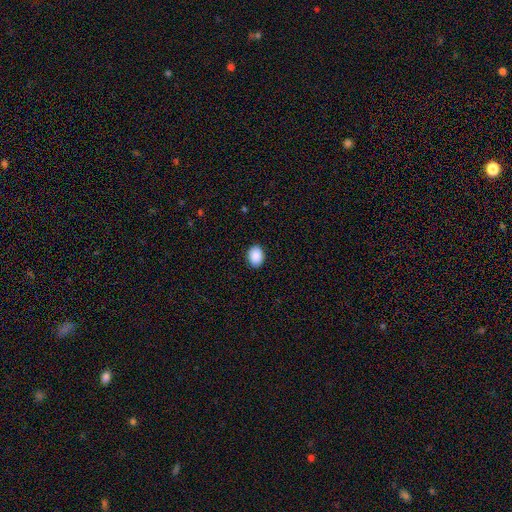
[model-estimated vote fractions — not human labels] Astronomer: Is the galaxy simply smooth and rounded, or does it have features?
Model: smooth — 90%.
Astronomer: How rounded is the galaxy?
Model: in between — 68%.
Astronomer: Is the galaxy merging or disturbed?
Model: none — 90%.